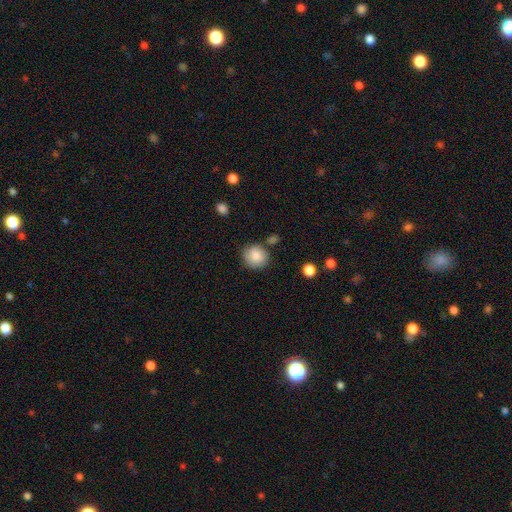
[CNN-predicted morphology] Smooth or featured?
  - smooth: 83% *
  - featured or disk: 9%
  - star or artifact: 8%
How rounded?
  - round: 84% *
  - in between: 15%
  - cigar-shaped: 1%
Merging?
  - none: 71% *
  - minor disturbance: 19%
  - merger: 5%
  - major disturbance: 5%